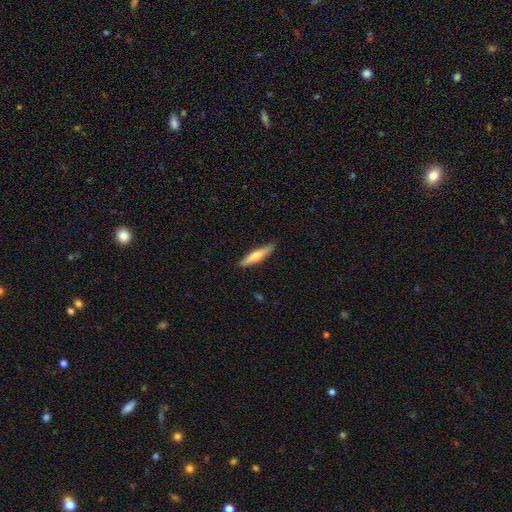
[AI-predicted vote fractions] This appears to be a smooth galaxy with no disk features (54%) that is cigar-shaped (86%). Merging: none (88%).